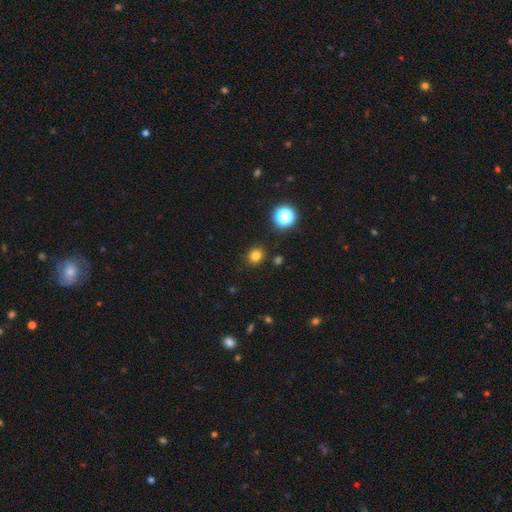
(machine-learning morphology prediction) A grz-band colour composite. It shows a smooth galaxy with no disk features (79%) that is round (84%). Merging: none (89%).